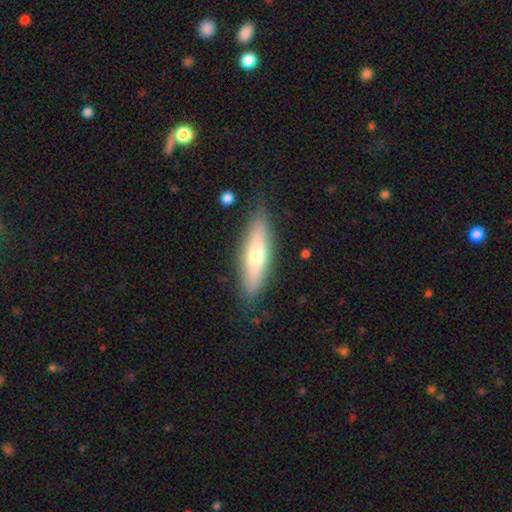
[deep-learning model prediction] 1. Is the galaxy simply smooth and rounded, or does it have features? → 56% smooth, 38% featured or disk, 6% star or artifact.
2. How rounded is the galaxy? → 65% cigar-shaped, 33% in between, 2% round.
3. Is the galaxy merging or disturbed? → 85% none, 11% minor disturbance, 3% major disturbance, 1% merger.